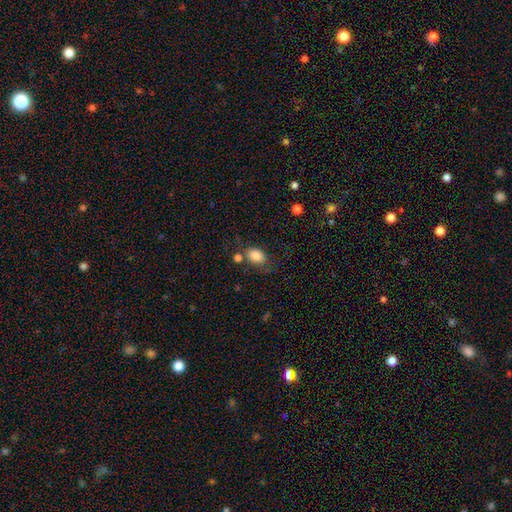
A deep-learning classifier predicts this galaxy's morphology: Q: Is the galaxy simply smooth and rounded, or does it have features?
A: smooth — 85%.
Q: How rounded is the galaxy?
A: in between — 78%.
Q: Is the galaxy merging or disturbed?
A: none — 65%.